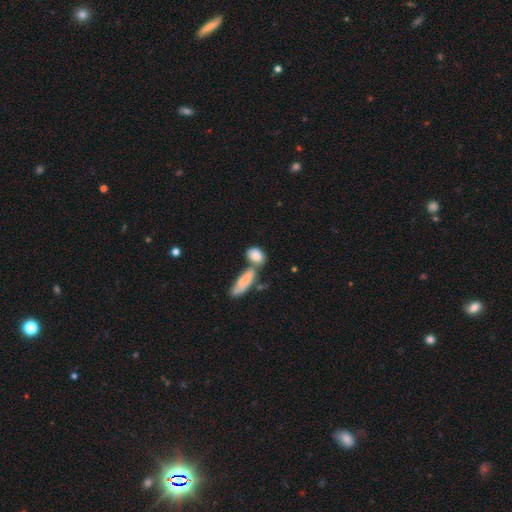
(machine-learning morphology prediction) type=smooth (80%); roundness=in between (76%); merging=merger (42%).